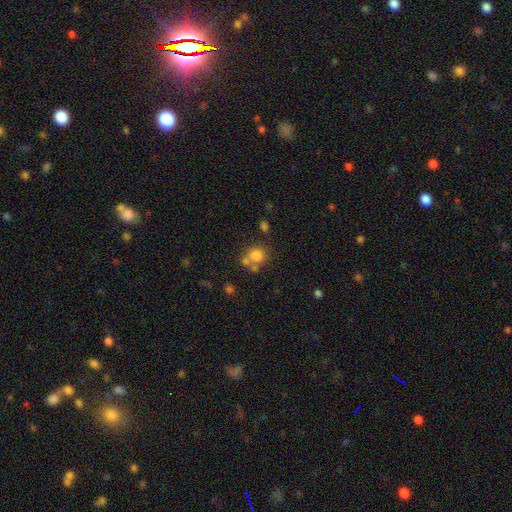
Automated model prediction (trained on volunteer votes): This is likely a smooth galaxy (77%). How rounded: likely round (76%). Merging: possibly none (49%).